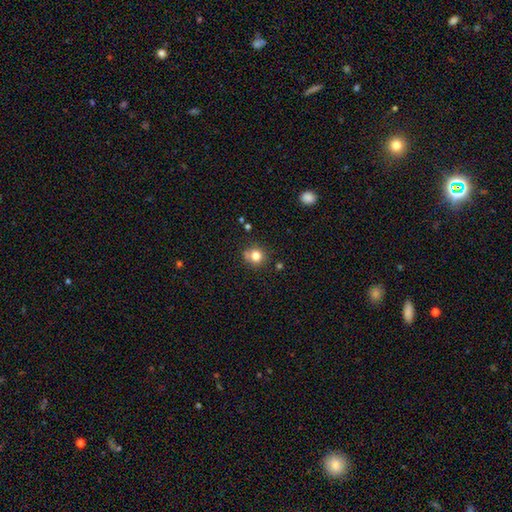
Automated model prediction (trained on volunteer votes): Smooth or featured?
  - smooth: 79% *
  - star or artifact: 12%
  - featured or disk: 8%
How rounded?
  - round: 86% *
  - in between: 13%
  - cigar-shaped: 1%
Merging?
  - none: 69% *
  - minor disturbance: 16%
  - merger: 10%
  - major disturbance: 5%